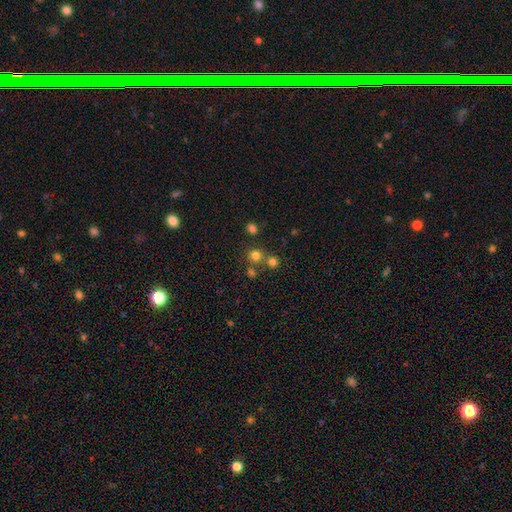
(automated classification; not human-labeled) Q: Smooth or featured?
A: smooth (72%); runner-up: star or artifact (20%)
Q: How rounded?
A: round (90%); runner-up: in between (9%)
Q: Merging?
A: none (66%); runner-up: merger (24%)